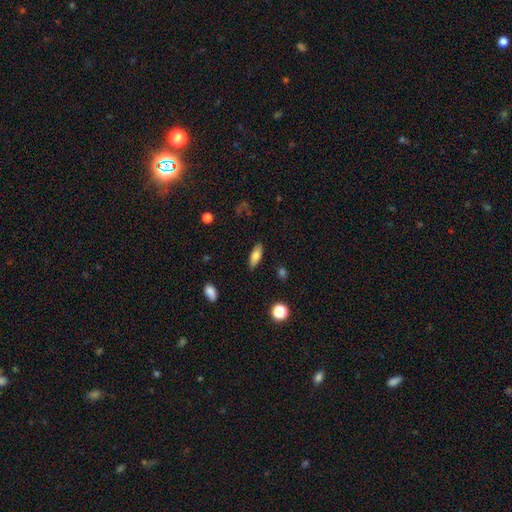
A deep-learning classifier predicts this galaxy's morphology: smooth-or-featured: smooth: 76% | featured or disk: 16% | star or artifact: 8%
  how-rounded: in between: 73% | cigar-shaped: 24% | round: 3%
  merging: none: 86% | minor disturbance: 10% | major disturbance: 2% | merger: 1%